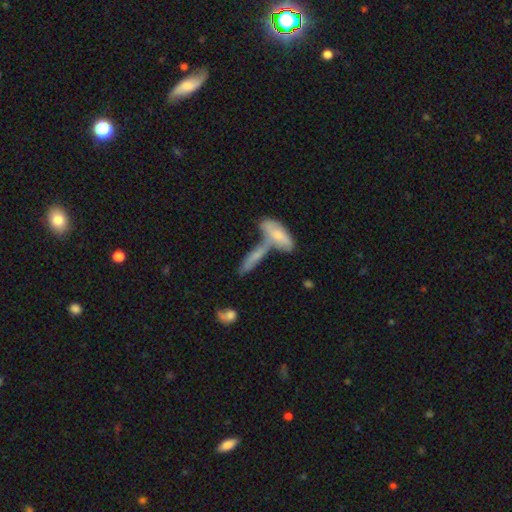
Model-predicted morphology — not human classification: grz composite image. It shows a smooth galaxy with no disk features (53%) that is cigar-shaped (63%). Merging: merger (56%).